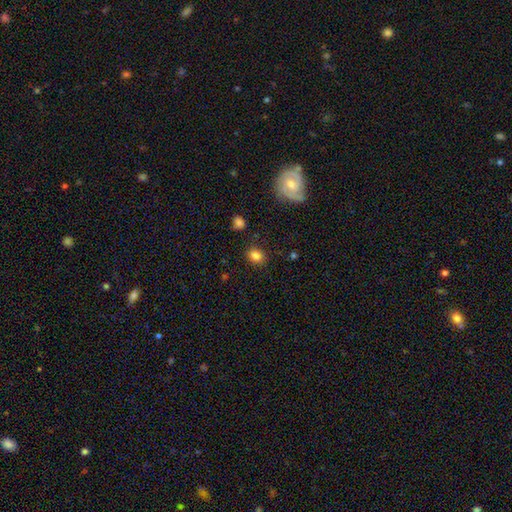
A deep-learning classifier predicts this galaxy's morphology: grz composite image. It shows a smooth galaxy with no disk features (83%) that is round (51%). Merging: none (84%).